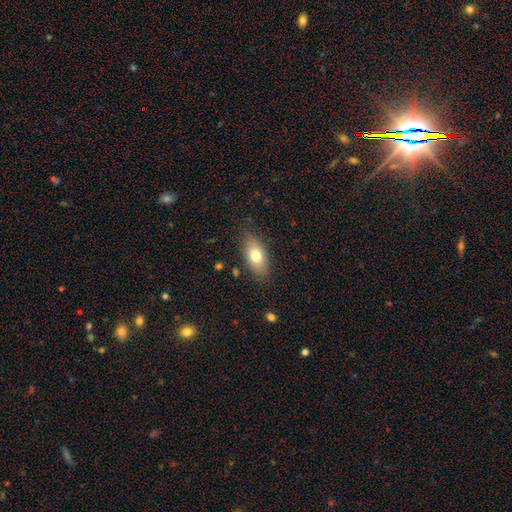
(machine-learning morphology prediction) Overall: smooth (75%). How rounded: in between (87%). Merging: none (82%).